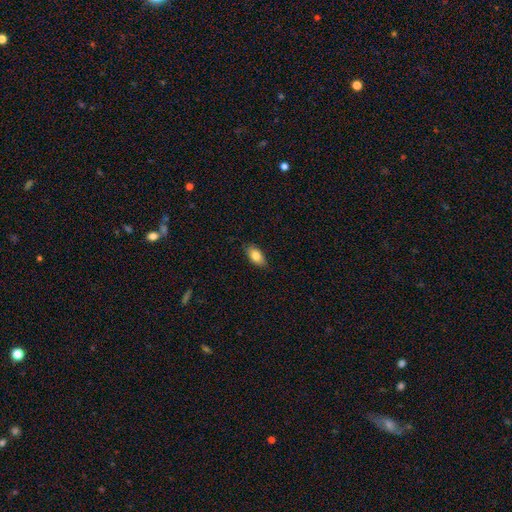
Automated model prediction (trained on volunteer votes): Morphology: type=smooth (82%); roundness=in between (91%); merging=none (85%).